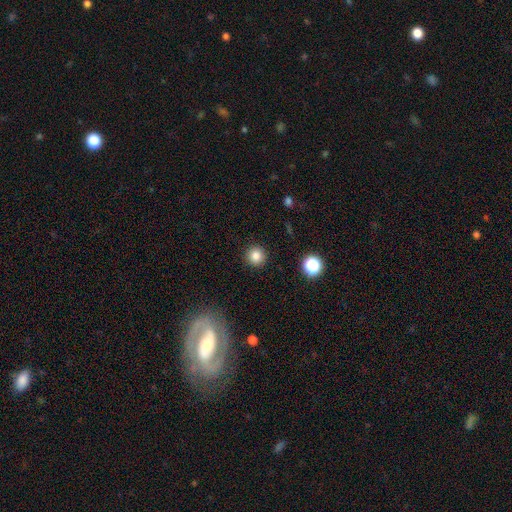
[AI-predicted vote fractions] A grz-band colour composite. It shows a smooth galaxy with no disk features (83%) that is round (95%). Merging: none (92%).